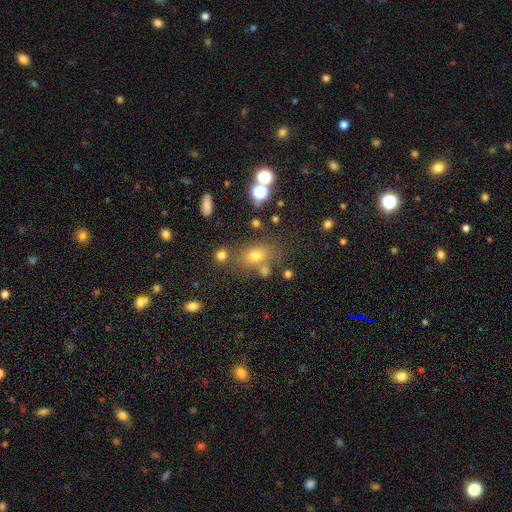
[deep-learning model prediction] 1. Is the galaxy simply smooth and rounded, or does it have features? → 65% smooth, 20% star or artifact, 15% featured or disk.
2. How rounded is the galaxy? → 69% in between, 27% round, 3% cigar-shaped.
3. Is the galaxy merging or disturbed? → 64% none, 15% merger, 14% minor disturbance, 7% major disturbance.